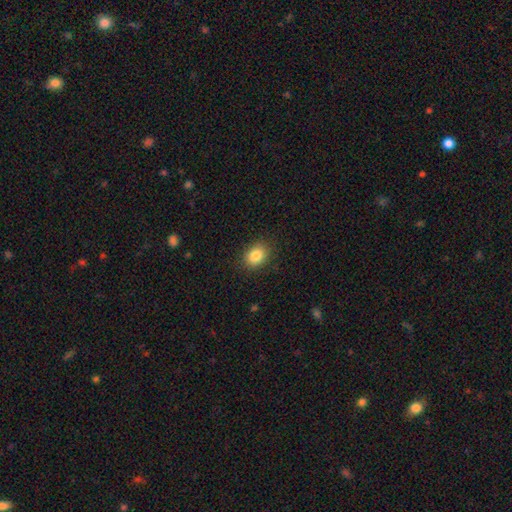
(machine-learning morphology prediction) Q: Smooth or featured?
A: smooth (85%); runner-up: star or artifact (9%)
Q: How rounded?
A: in between (61%); runner-up: round (38%)
Q: Merging?
A: none (87%); runner-up: minor disturbance (9%)